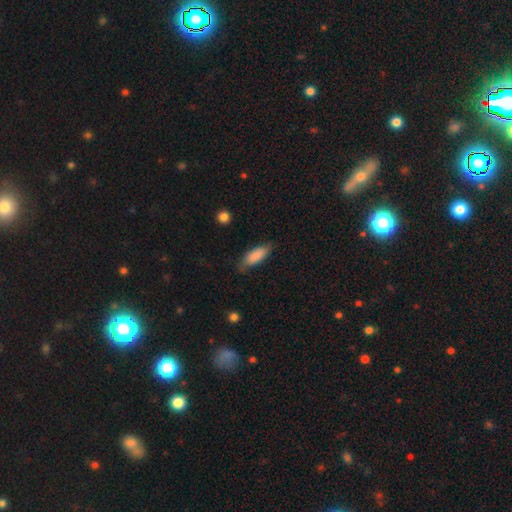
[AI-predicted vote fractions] Q: Smooth or featured?
A: smooth (86%); runner-up: featured or disk (9%)
Q: How rounded?
A: in between (70%); runner-up: cigar-shaped (28%)
Q: Merging?
A: none (74%); runner-up: minor disturbance (21%)